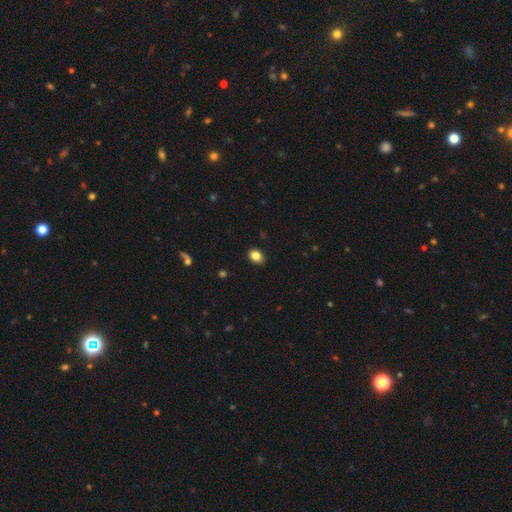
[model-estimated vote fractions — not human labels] Smooth or featured: smooth — 85% (star or artifact — 10%)
How rounded: in between — 56% (round — 43%)
Merging: none — 90% (minor disturbance — 7%)